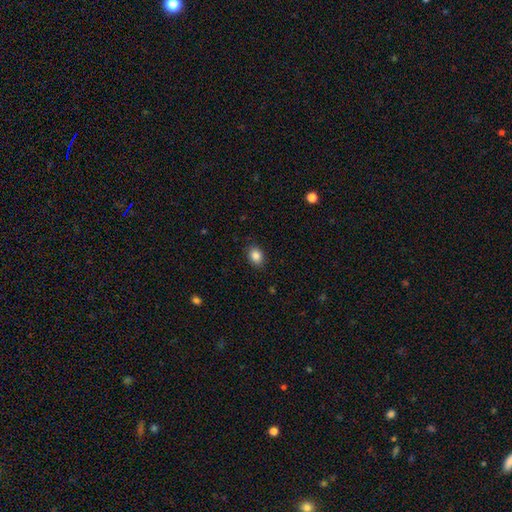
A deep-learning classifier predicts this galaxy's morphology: Q: Smooth or featured?
A: smooth (86%); runner-up: star or artifact (9%)
Q: How rounded?
A: in between (63%); runner-up: round (36%)
Q: Merging?
A: none (87%); runner-up: minor disturbance (9%)